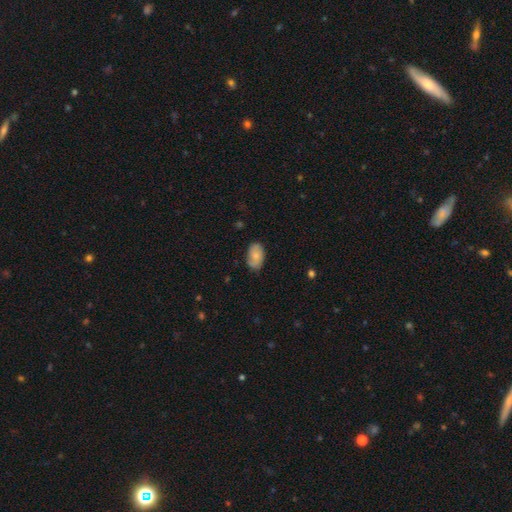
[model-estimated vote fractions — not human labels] This appears to be a smooth galaxy with no disk features (67%) that is in between round and cigar-shaped (91%). Merging: none (73%).